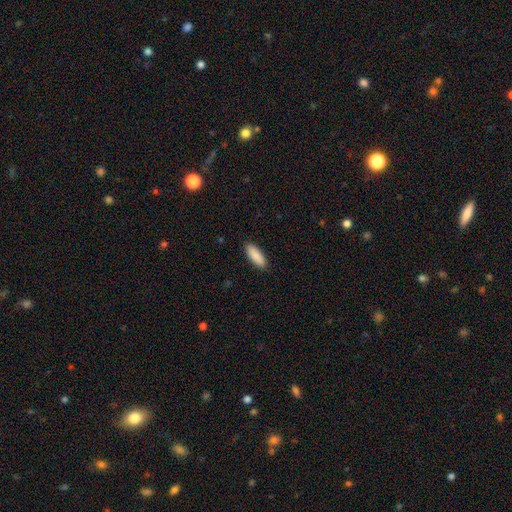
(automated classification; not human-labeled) smooth 90%, star or artifact 6%, featured or disk 5%. Down the decision tree: how rounded — in between (67%); merging — none (90%).